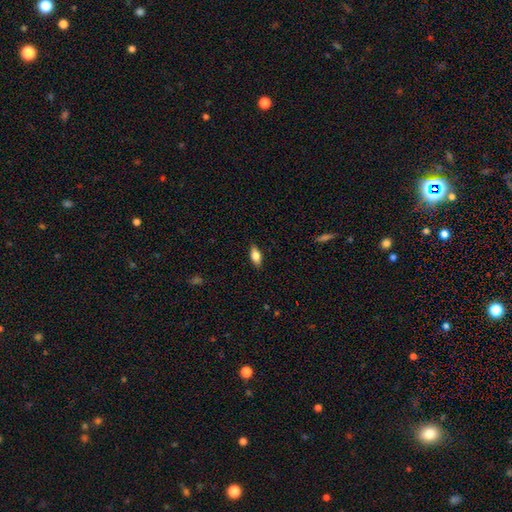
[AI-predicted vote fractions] The model was most divided on "smooth or featured": smooth: 77%, featured or disk: 16%, star or artifact: 7%. More confident: merging — none (87%); how rounded — in between (84%).